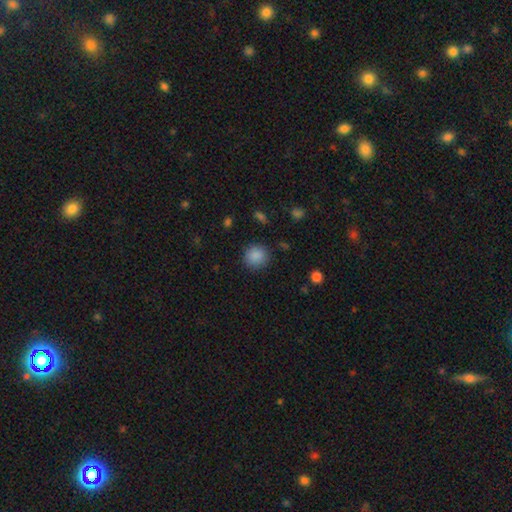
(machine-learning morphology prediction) Overall: smooth (87%). How rounded: round (88%). Merging: none (87%).